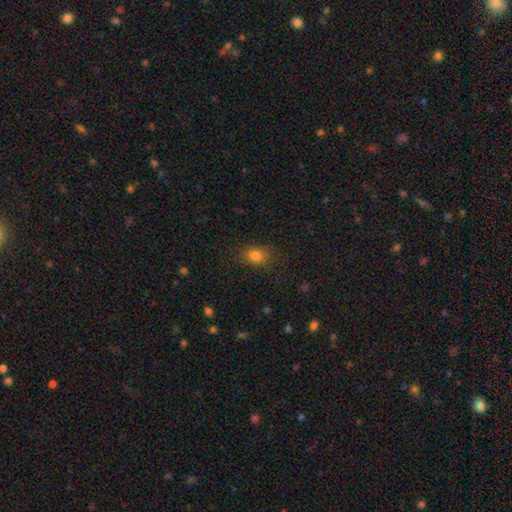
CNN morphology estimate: This appears to be a smooth galaxy with no disk features (81%) that is in between round and cigar-shaped (66%). Merging: none (82%).